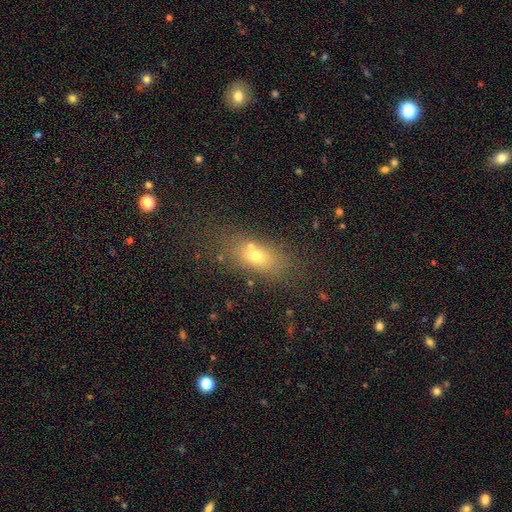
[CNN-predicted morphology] This is likely a smooth galaxy (66%). How rounded: likely in between (74%). Merging: likely none (62%).